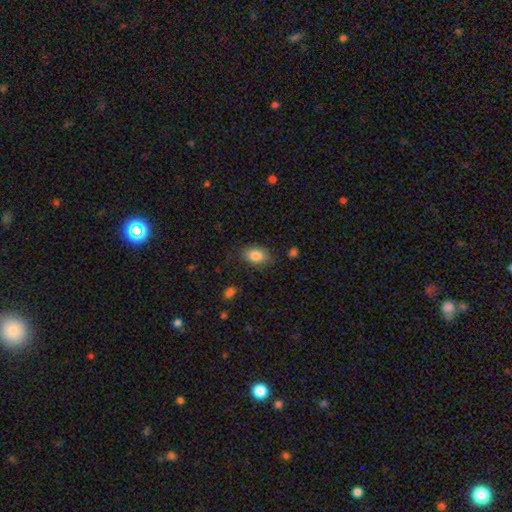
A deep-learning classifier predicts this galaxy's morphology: This appears to be a smooth galaxy with no disk features (85%) that is in between round and cigar-shaped (87%). Merging: none (80%).